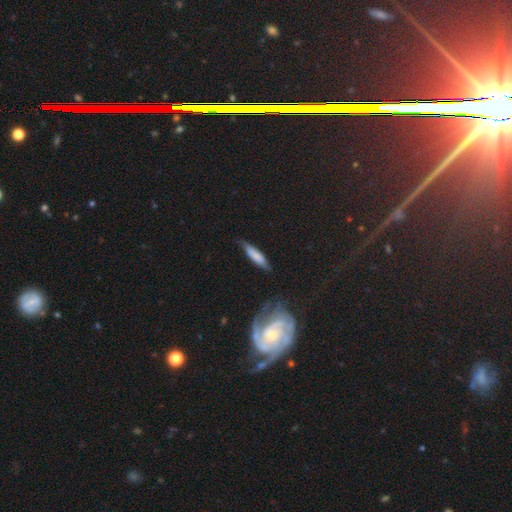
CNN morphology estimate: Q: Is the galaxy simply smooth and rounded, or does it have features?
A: smooth — 63%.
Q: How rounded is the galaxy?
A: cigar-shaped — 77%.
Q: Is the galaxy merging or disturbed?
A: none — 66%.